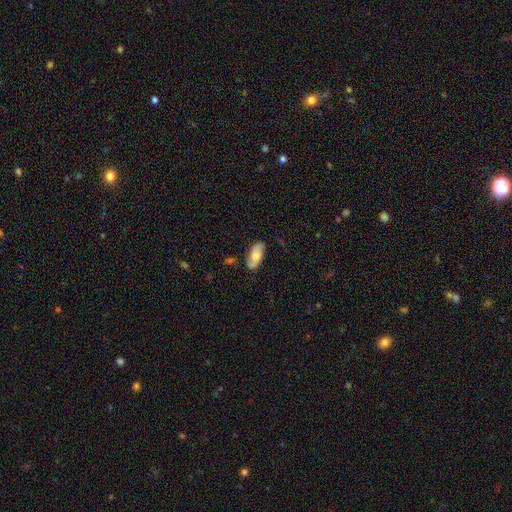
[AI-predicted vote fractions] Smooth or featured?
  - smooth: 65% *
  - featured or disk: 29%
  - star or artifact: 6%
How rounded?
  - in between: 89% *
  - cigar-shaped: 8%
  - round: 2%
Merging?
  - none: 76% *
  - minor disturbance: 17%
  - major disturbance: 4%
  - merger: 2%